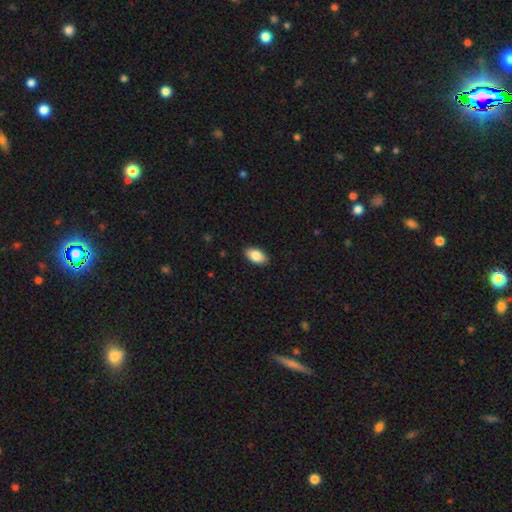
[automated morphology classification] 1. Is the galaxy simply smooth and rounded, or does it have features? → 85% smooth, 8% featured or disk, 7% star or artifact.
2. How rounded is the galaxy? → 94% in between, 4% round, 2% cigar-shaped.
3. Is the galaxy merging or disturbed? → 90% none, 8% minor disturbance, 2% major disturbance, 1% merger.